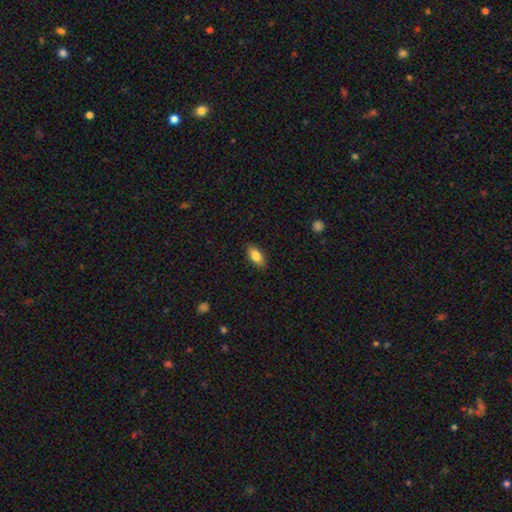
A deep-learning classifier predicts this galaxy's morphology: A smooth galaxy with no disk features (81%) that is in between round and cigar-shaped (86%). Merging: none (87%).